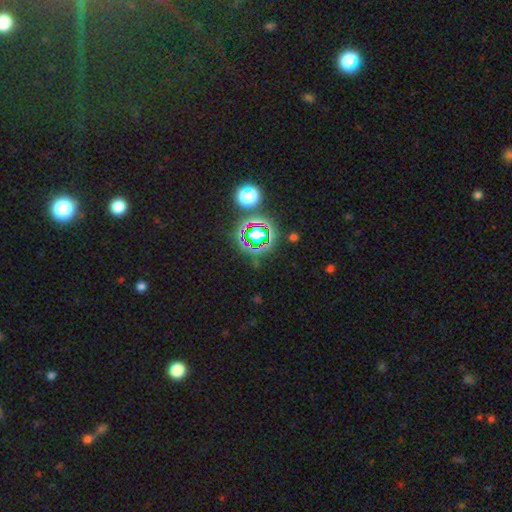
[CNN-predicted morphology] A star or artifact, not a galaxy (73%).

Vote fractions:
- Smooth or featured? star or artifact: 73% / smooth: 17% / featured or disk: 10%